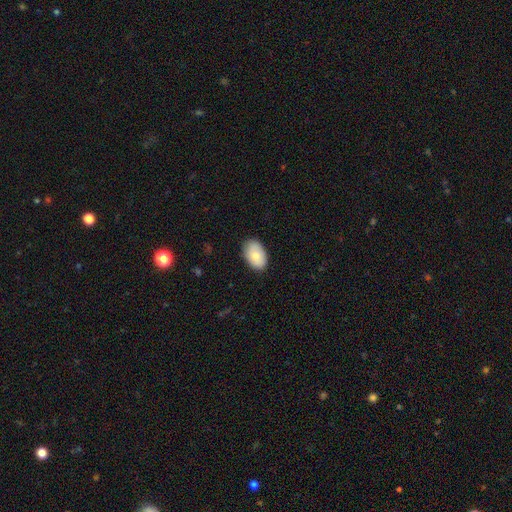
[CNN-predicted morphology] smooth-or-featured: smooth: 85% | featured or disk: 10% | star or artifact: 6%
  how-rounded: in between: 92% | round: 7% | cigar-shaped: 1%
  merging: none: 85% | minor disturbance: 12% | major disturbance: 2% | merger: 1%